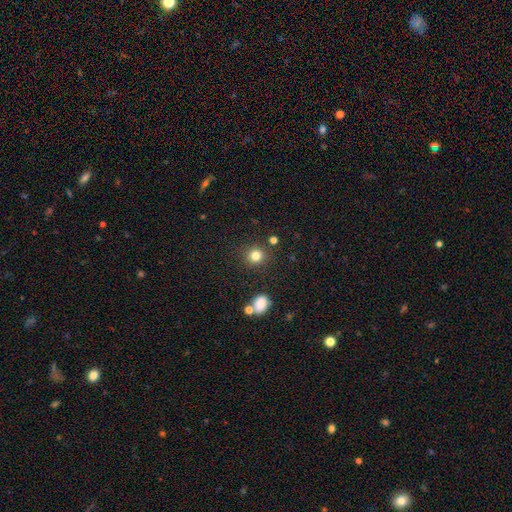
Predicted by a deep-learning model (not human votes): smooth_or_featured: smooth (p=0.81) [alt: star or artifact p=0.14]
how_rounded: round (p=0.88) [alt: in between p=0.11]
merging: none (p=0.86) [alt: minor disturbance p=0.07]